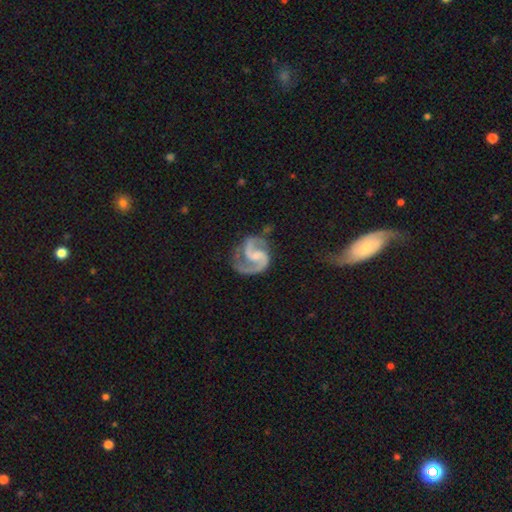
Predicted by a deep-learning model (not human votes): Smooth or featured?
  - featured or disk: 92% *
  - smooth: 4%
  - star or artifact: 4%
Edge-on disk?
  - no: 99% *
  - yes: 1%
Bar?
  - weak: 47% *
  - no: 41%
  - strong: 13%
Spiral arms?
  - yes: 98% *
  - no: 2%
Spiral winding?
  - medium: 62% *
  - tight: 19%
  - loose: 19%
Spiral arm count?
  - 2: 92% *
  - 1: 3%
  - can't tell: 2%
  - 3: 2%
  - 4: 1%
  - more than 4: 1%
Bulge size?
  - small: 38% *
  - none: 37%
  - moderate: 22%
  - large: 3%
  - dominant: 1%
Merging?
  - none: 68% *
  - minor disturbance: 19%
  - major disturbance: 10%
  - merger: 2%